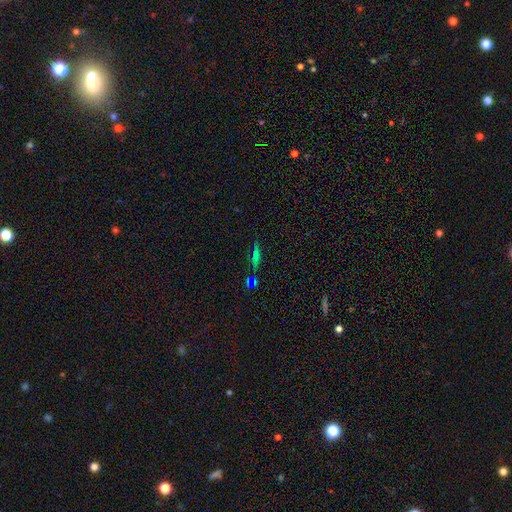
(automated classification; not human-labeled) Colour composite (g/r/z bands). It shows a featured or disk galaxy (47%). Merging: none (71%).